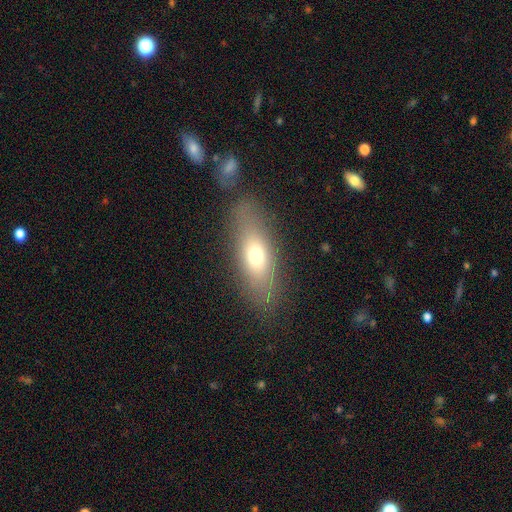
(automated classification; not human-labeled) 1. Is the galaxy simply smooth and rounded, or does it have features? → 64% smooth, 27% featured or disk, 9% star or artifact.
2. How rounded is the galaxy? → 68% in between, 27% cigar-shaped, 6% round.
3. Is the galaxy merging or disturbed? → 78% none, 13% minor disturbance, 6% major disturbance, 3% merger.